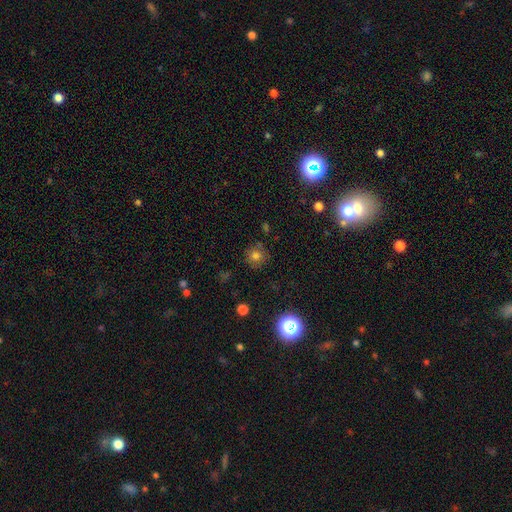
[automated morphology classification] A smooth galaxy with no disk features (73%) that is round (92%). Merging: none (84%).